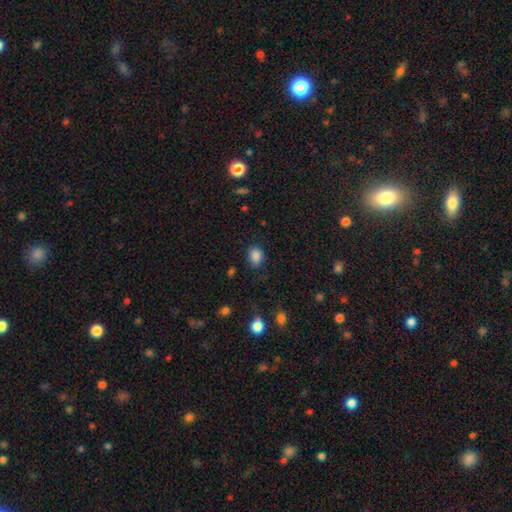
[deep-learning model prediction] A smooth galaxy with no disk features (86%) that is in between round and cigar-shaped (66%).

Vote fractions:
- Smooth or featured? smooth: 86% / star or artifact: 9% / featured or disk: 4%
- How rounded? in between: 66% / round: 33% / cigar-shaped: 1%
- Merging? none: 81% / minor disturbance: 14% / major disturbance: 4% / merger: 1%